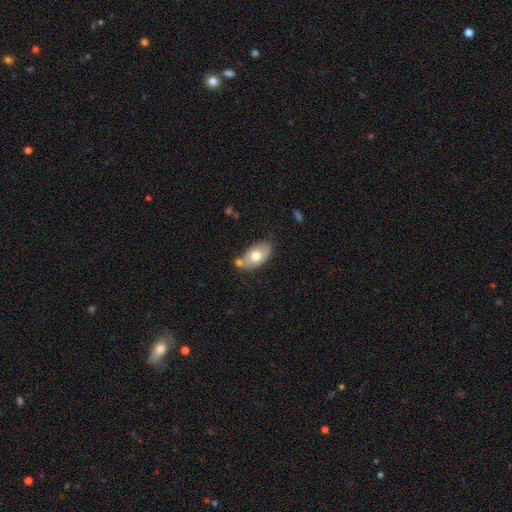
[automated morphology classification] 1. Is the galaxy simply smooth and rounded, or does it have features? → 64% smooth, 29% featured or disk, 7% star or artifact.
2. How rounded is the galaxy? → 90% in between, 8% round, 2% cigar-shaped.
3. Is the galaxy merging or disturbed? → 58% none, 19% minor disturbance, 17% merger, 5% major disturbance.